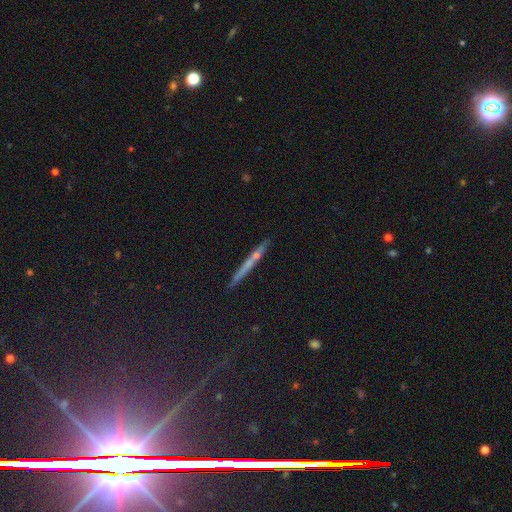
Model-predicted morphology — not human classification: A featured or disk galaxy (48%).

Vote fractions:
- Smooth or featured? featured or disk: 48% / smooth: 31% / star or artifact: 21%
- Merging? none: 87% / minor disturbance: 8% / merger: 2% / major disturbance: 2%